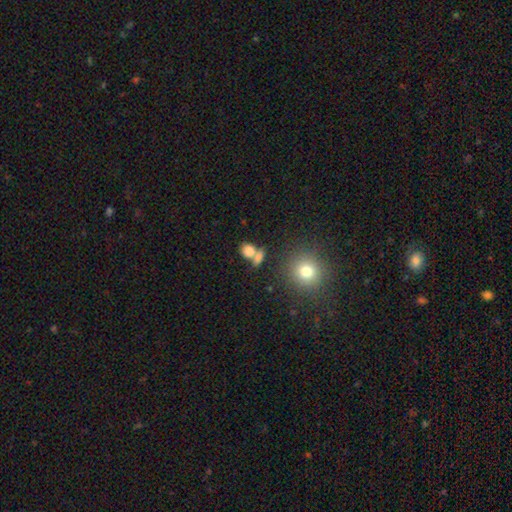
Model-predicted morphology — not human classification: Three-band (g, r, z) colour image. It shows a smooth galaxy with no disk features (78%) that is round (50%). Merging: merger (45%).